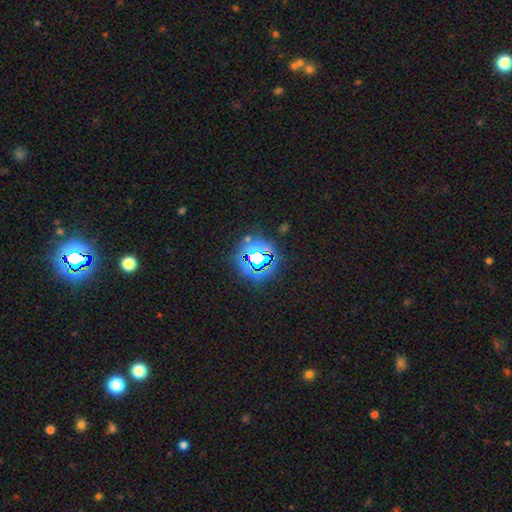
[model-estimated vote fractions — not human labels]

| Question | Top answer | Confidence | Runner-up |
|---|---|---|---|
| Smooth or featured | star or artifact | 74% | smooth (16%) |